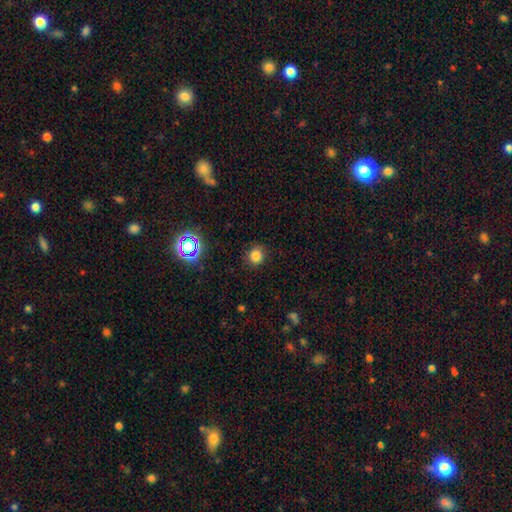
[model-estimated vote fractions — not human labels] Smooth or featured? smooth (79%)
How rounded? round (89%)
Merging? none (88%)